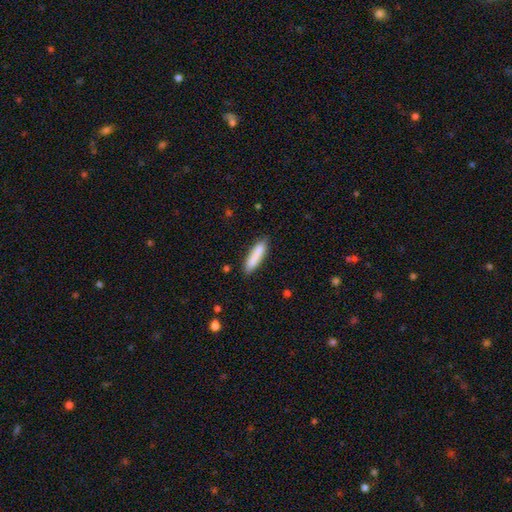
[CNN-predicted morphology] Smooth or featured? Predicted: smooth (p=0.85). How rounded? Predicted: cigar-shaped (p=0.75). Merging? Predicted: none (p=0.84).